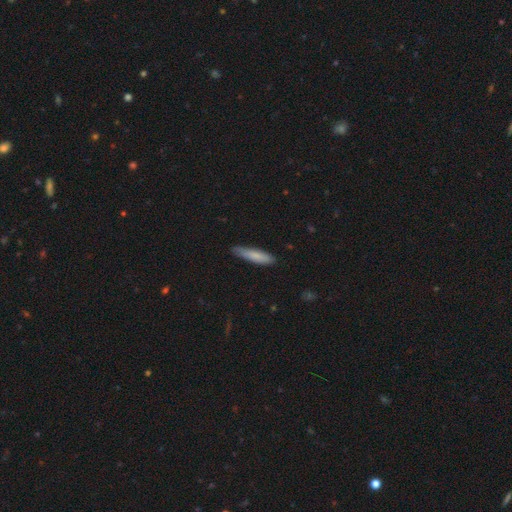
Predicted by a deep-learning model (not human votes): Smooth or featured? smooth (79%)
How rounded? cigar-shaped (83%)
Merging? none (76%)